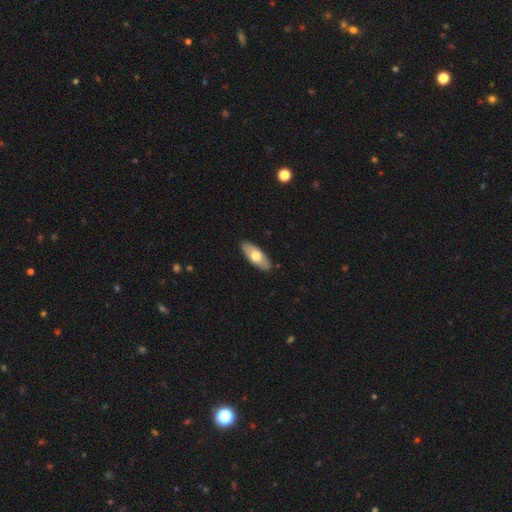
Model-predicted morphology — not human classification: This appears to be a smooth galaxy with no disk features (64%) that is in between round and cigar-shaped (83%). Merging: none (89%).